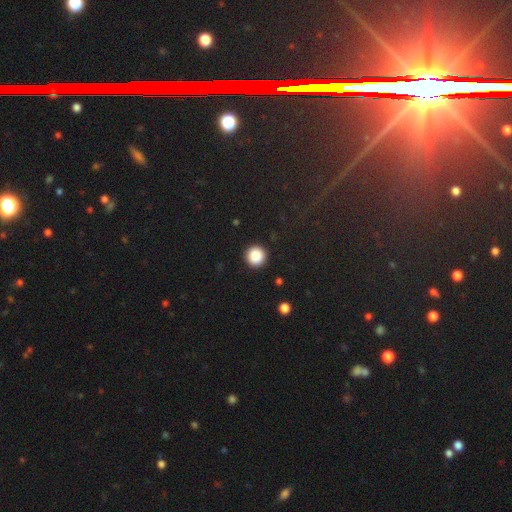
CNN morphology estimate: type=smooth (88%); roundness=round (96%); merging=none (93%).